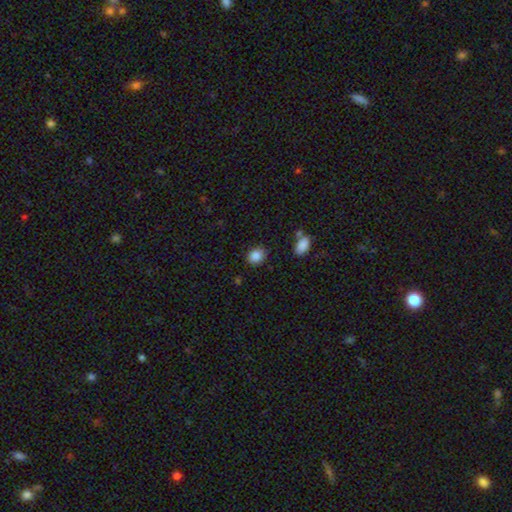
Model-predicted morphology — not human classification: type=smooth (87%); roundness=round (63%); merging=none (84%).